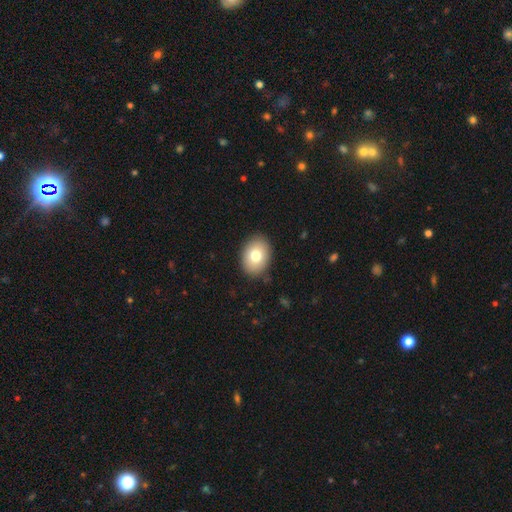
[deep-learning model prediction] A smooth galaxy with no disk features (77%) that is in between round and cigar-shaped (67%).

Vote fractions:
- Smooth or featured? smooth: 77% / featured or disk: 15% / star or artifact: 9%
- How rounded? in between: 67% / round: 33% / cigar-shaped: 1%
- Merging? none: 87% / minor disturbance: 10% / major disturbance: 2% / merger: 1%